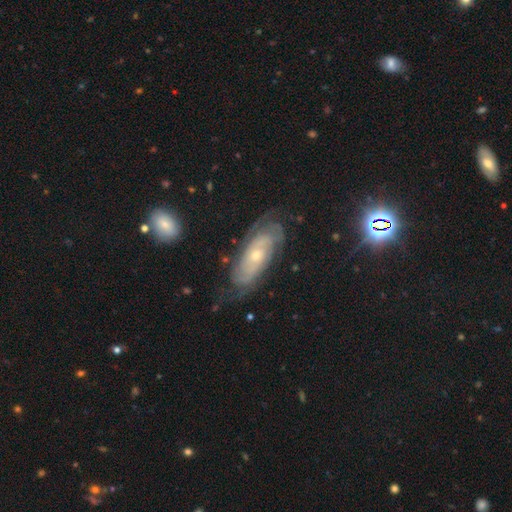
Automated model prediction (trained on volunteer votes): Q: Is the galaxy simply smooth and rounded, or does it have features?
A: featured or disk — 78%.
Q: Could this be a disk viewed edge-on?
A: no — 88%.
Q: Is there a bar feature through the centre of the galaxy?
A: no — 75%.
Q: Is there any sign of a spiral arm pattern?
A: yes — 89%.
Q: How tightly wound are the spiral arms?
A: tight — 68%.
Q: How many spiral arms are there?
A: can't tell — 52%.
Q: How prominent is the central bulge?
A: small — 60%.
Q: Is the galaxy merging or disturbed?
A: none — 70%.